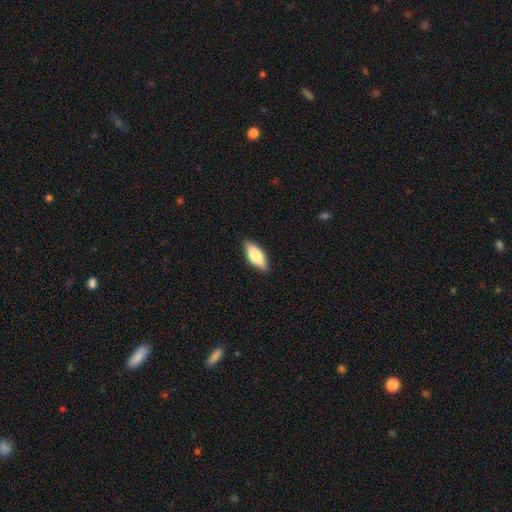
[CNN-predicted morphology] Smooth or featured: smooth — 74% (featured or disk — 20%)
How rounded: in between — 74% (cigar-shaped — 23%)
Merging: none — 88% (minor disturbance — 9%)